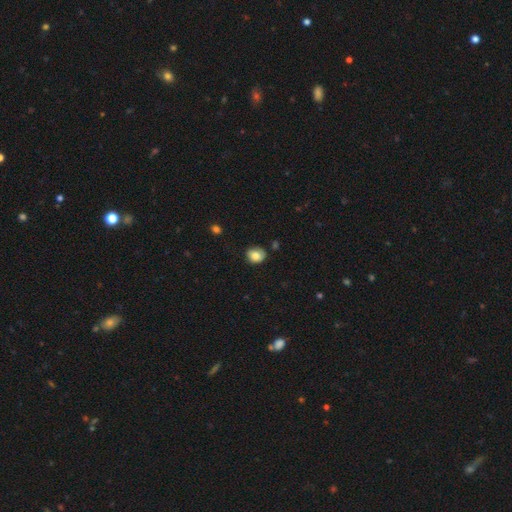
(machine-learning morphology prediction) A smooth galaxy with no disk features (81%) that is round (68%).

Vote fractions:
- Smooth or featured? smooth: 81% / featured or disk: 10% / star or artifact: 9%
- How rounded? round: 68% / in between: 31% / cigar-shaped: 1%
- Merging? none: 69% / minor disturbance: 23% / major disturbance: 5% / merger: 3%